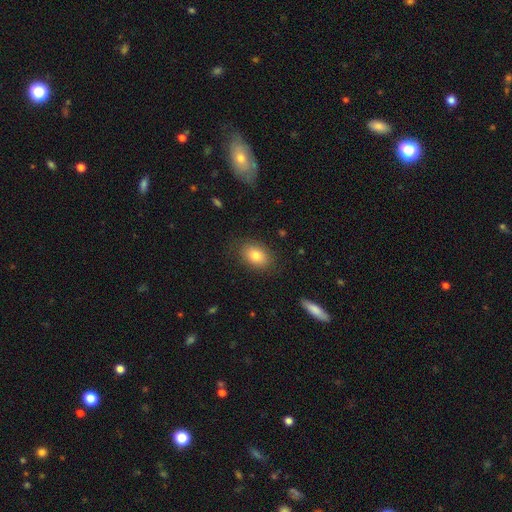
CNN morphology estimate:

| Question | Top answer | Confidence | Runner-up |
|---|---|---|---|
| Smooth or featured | smooth | 80% | featured or disk (11%) |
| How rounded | in between | 82% | round (17%) |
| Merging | none | 82% | minor disturbance (12%) |